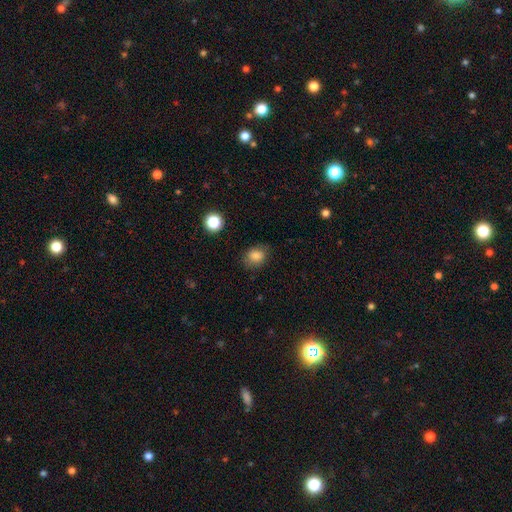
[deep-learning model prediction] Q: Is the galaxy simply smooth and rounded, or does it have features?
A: smooth — 83%.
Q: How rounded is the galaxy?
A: round — 53%.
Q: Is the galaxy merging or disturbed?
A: none — 76%.